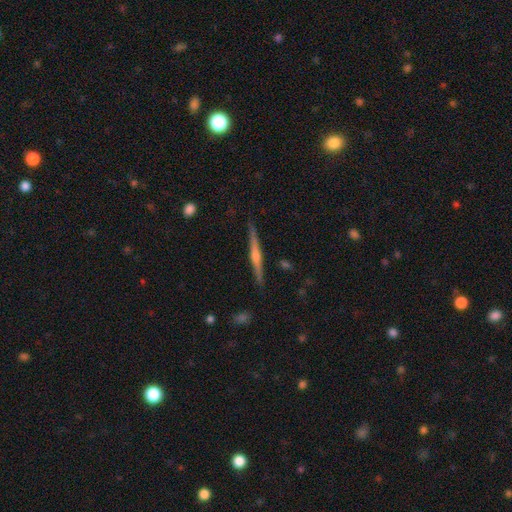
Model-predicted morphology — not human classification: This appears to be a featured or disk galaxy (80%) viewed edge-on (98%) with a rounded central bulge (85%). Merging: none (91%).